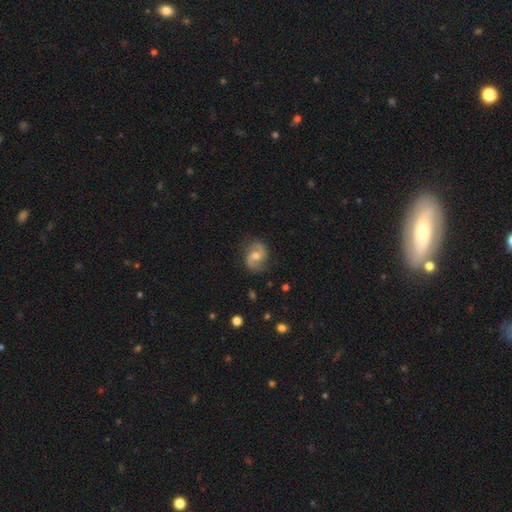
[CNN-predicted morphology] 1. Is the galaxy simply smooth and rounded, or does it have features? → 74% featured or disk, 20% smooth, 7% star or artifact.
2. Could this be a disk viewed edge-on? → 97% no, 3% yes.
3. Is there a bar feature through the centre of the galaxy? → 45% no, 44% weak, 11% strong.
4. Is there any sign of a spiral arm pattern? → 91% yes, 9% no.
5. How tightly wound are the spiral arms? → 46% medium, 38% loose, 16% tight.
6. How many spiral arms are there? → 91% 2, 4% can't tell, 2% 1, 1% 3, 1% 4, 1% more than 4.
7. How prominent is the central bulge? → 70% moderate, 22% small, 5% large, 2% none, 1% dominant.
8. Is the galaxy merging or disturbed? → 80% none, 15% minor disturbance, 4% major disturbance, 1% merger.